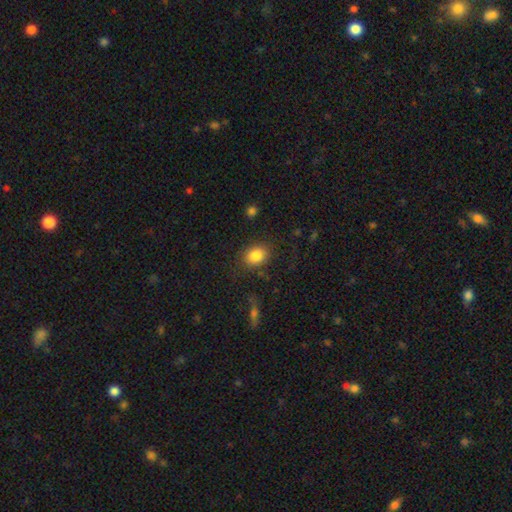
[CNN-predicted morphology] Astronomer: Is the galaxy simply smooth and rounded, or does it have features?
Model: smooth — 84%.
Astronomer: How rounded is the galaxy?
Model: in between — 59% (runner-up: round, 40%).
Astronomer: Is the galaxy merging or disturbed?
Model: none — 79%.